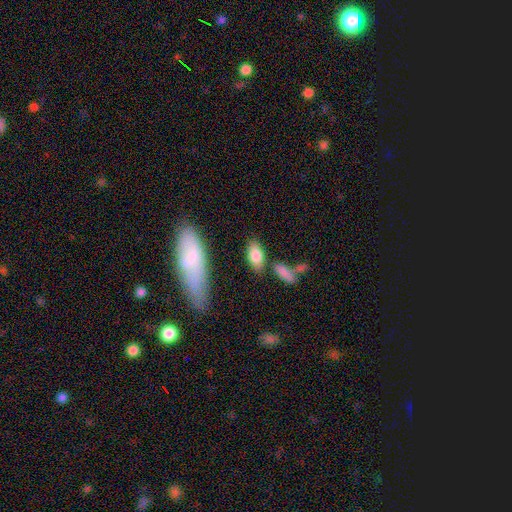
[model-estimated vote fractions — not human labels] A smooth galaxy with no disk features (81%) that is in between round and cigar-shaped (89%).

Vote fractions:
- Smooth or featured? smooth: 81% / featured or disk: 13% / star or artifact: 7%
- How rounded? in between: 89% / cigar-shaped: 8% / round: 4%
- Merging? none: 74% / minor disturbance: 13% / merger: 9% / major disturbance: 4%